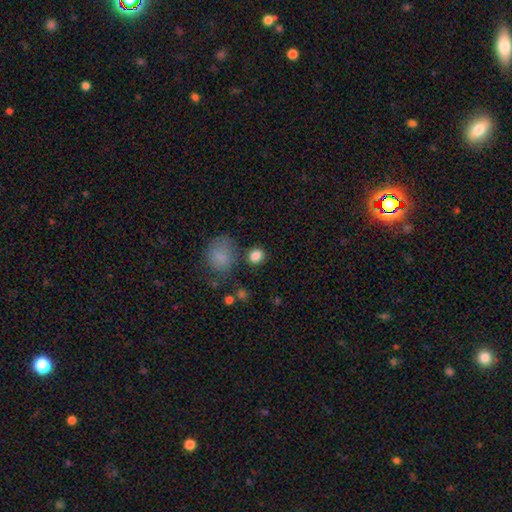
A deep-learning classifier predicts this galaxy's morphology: smooth_or_featured: smooth (p=0.84) [alt: star or artifact p=0.11]
how_rounded: round (p=0.68) [alt: in between p=0.31]
merging: none (p=0.77) [alt: minor disturbance p=0.11]